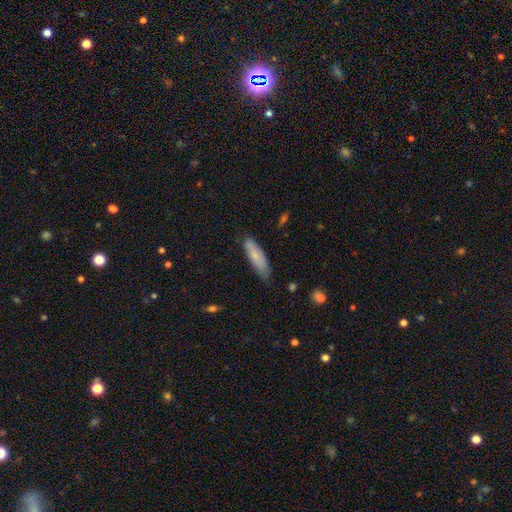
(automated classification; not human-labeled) smooth 75%, featured or disk 19%, star or artifact 6%. Down the decision tree: how rounded — cigar-shaped (60%); merging — none (71%).